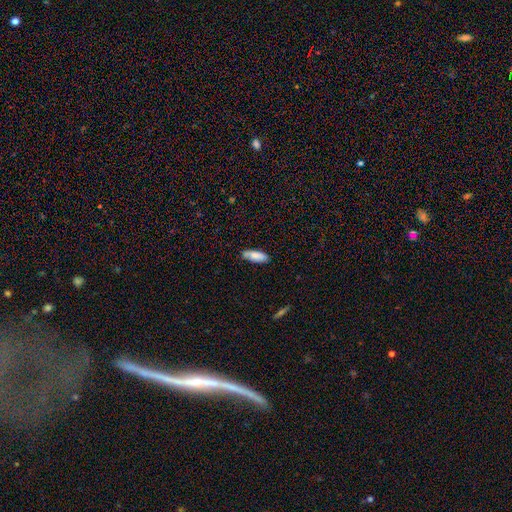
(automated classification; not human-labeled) Overall: smooth (82%). How rounded: in between (67%; cigar-shaped 32%). Merging: none (78%).